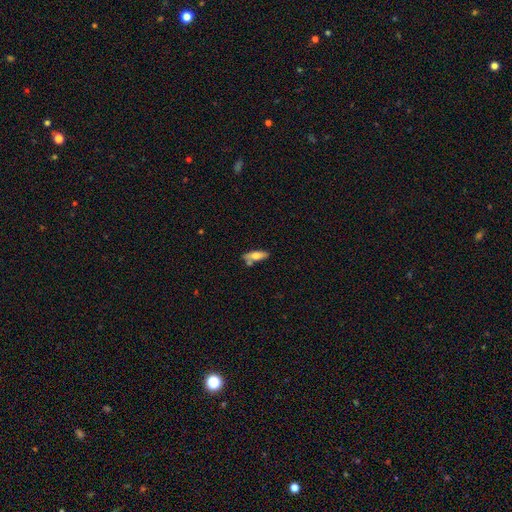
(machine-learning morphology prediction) This is likely a smooth galaxy (65%). How rounded: possibly in between (49%, tied with cigar-shaped). Merging: likely none (68%).